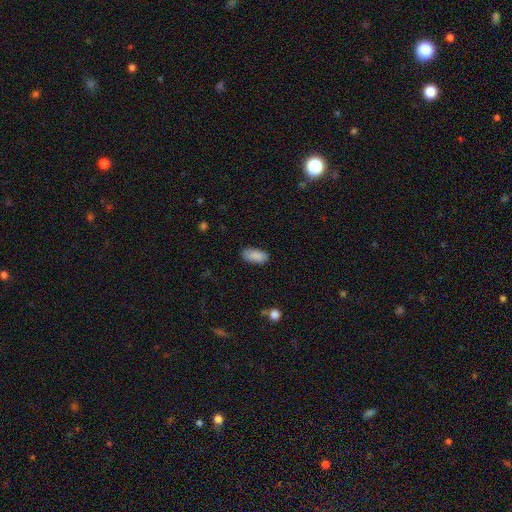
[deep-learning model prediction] Smooth or featured?
  - smooth: 88% *
  - star or artifact: 7%
  - featured or disk: 5%
How rounded?
  - in between: 91% *
  - cigar-shaped: 6%
  - round: 2%
Merging?
  - none: 81% *
  - minor disturbance: 14%
  - major disturbance: 3%
  - merger: 1%